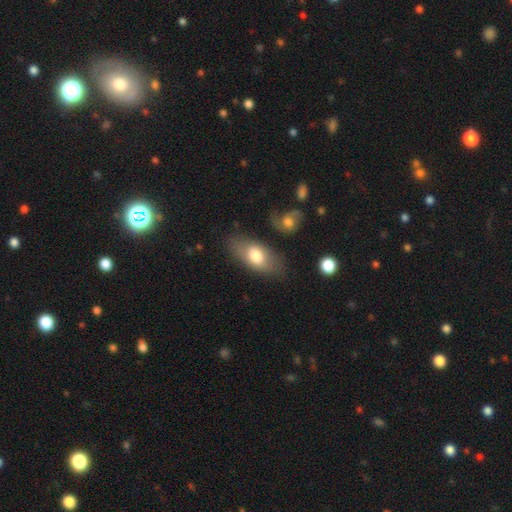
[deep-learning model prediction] Morphology: type=smooth (71%); roundness=in between (89%); merging=none (76%).